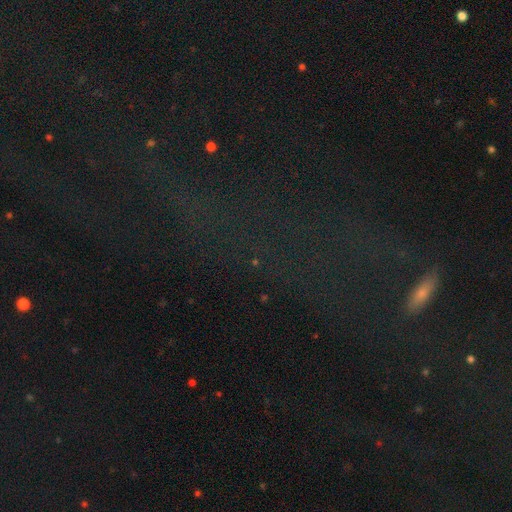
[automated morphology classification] This appears to be a star or artifact, not a galaxy (66%).